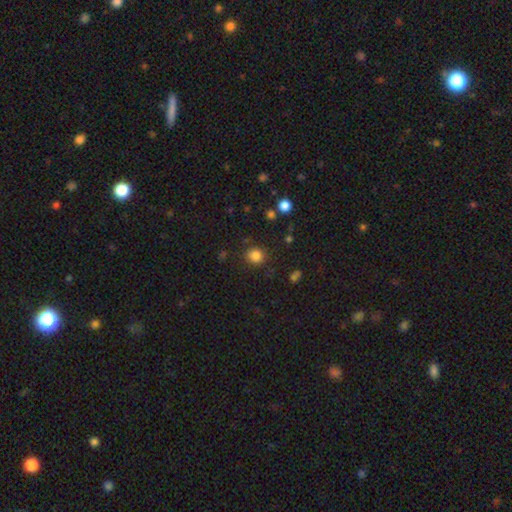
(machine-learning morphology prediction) smooth_or_featured: smooth (p=0.83) [alt: star or artifact p=0.12]
how_rounded: round (p=0.81) [alt: in between p=0.18]
merging: none (p=0.85) [alt: minor disturbance p=0.09]